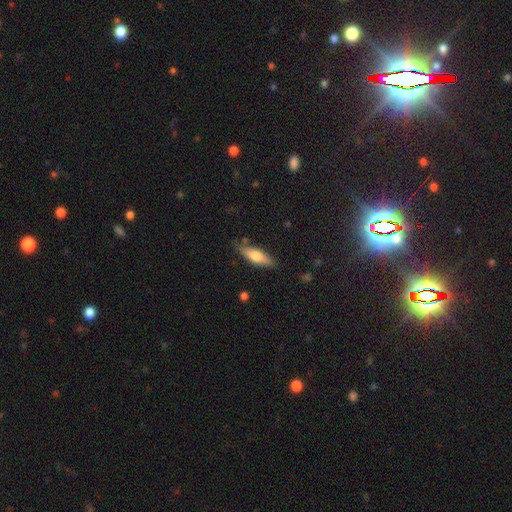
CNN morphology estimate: smooth 65%, featured or disk 29%, star or artifact 6%. Down the decision tree: how rounded — cigar-shaped (53%); merging — none (80%).